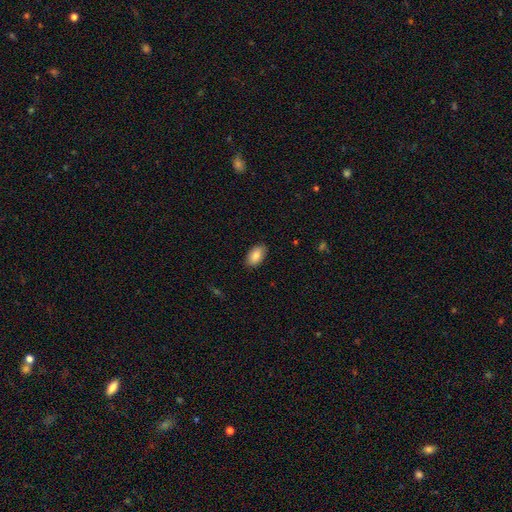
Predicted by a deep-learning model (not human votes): The model was most divided on "smooth or featured": smooth: 85%, featured or disk: 8%, star or artifact: 7%. More confident: how rounded — in between (94%); merging — none (87%).